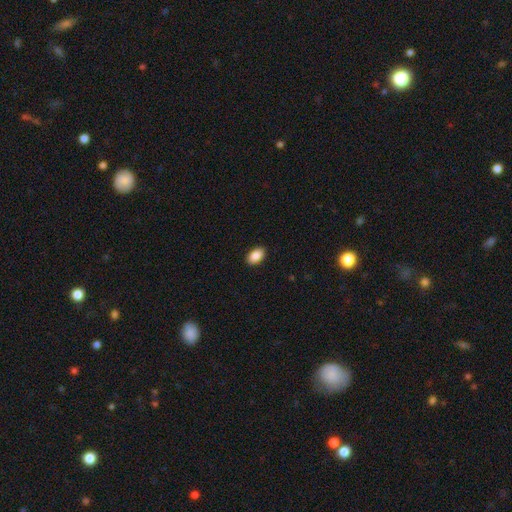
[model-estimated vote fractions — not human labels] A smooth galaxy with no disk features (88%) that is in between round and cigar-shaped (92%).

Vote fractions:
- Smooth or featured? smooth: 88% / star or artifact: 7% / featured or disk: 4%
- How rounded? in between: 92% / round: 6% / cigar-shaped: 2%
- Merging? none: 90% / minor disturbance: 7% / major disturbance: 2% / merger: 1%